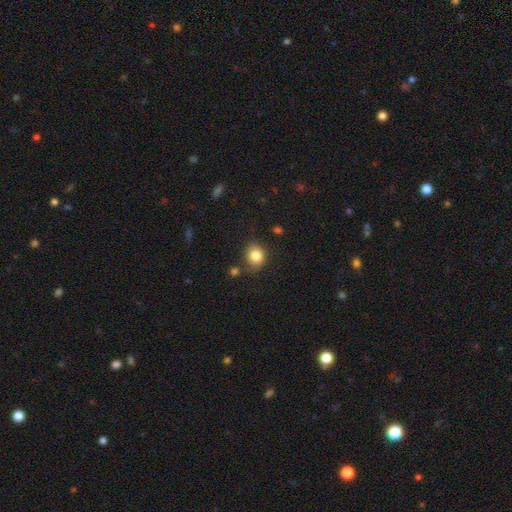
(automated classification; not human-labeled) Overall: smooth (83%). How rounded: round (68%; in between 31%). Merging: none (75%).